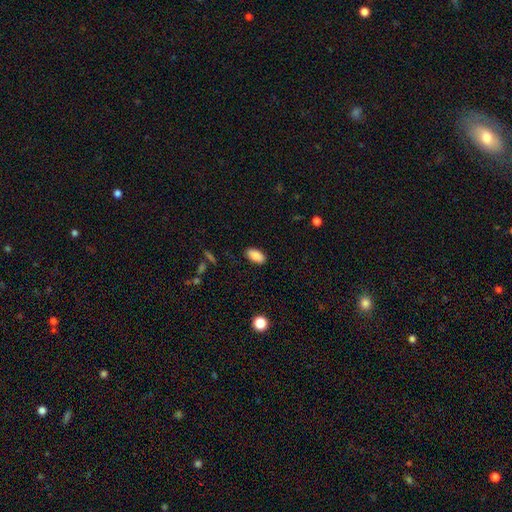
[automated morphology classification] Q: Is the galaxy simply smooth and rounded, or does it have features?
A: smooth — 88%.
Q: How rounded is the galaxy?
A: in between — 93%.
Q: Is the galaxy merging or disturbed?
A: none — 89%.